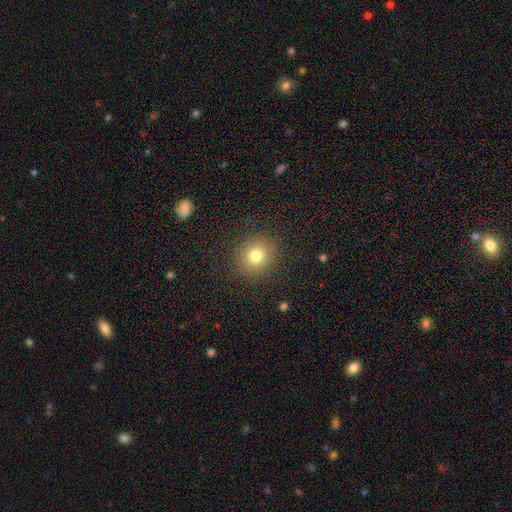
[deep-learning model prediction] Overall: smooth (77%). How rounded: round (87%). Merging: none (88%).